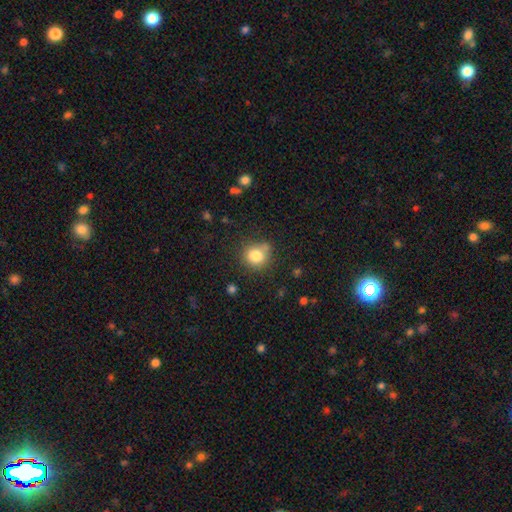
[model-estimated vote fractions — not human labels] Smooth or featured: smooth — 80% (star or artifact — 12%)
How rounded: round — 87% (in between — 12%)
Merging: none — 71% (minor disturbance — 16%)